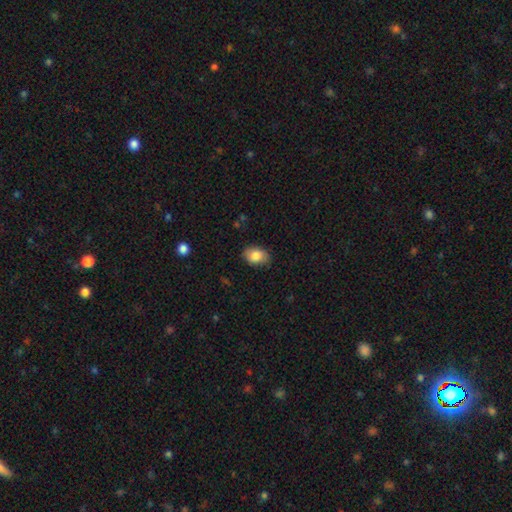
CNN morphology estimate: Overall: smooth (84%). How rounded: in between (80%). Merging: none (80%).